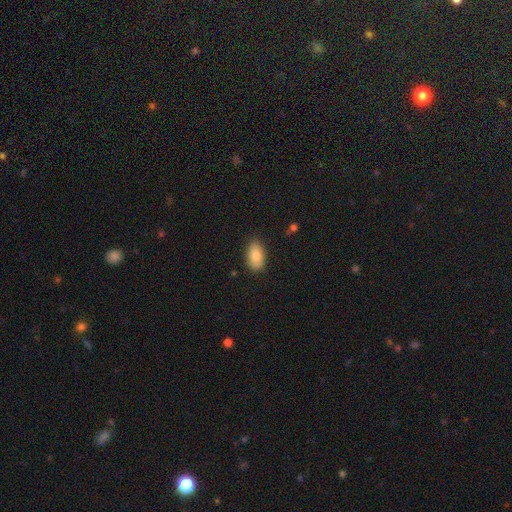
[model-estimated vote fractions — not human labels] This is clearly a smooth galaxy (84%). How rounded: clearly in between (92%). Merging: clearly none (82%).